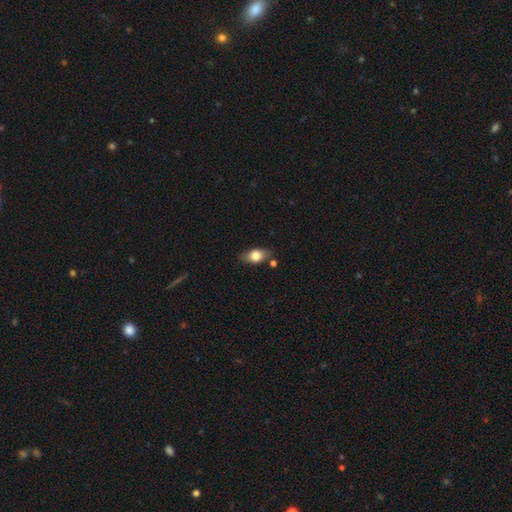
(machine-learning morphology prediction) smooth 72%, featured or disk 21%, star or artifact 8%. Down the decision tree: how rounded — in between (82%); merging — none (76%).